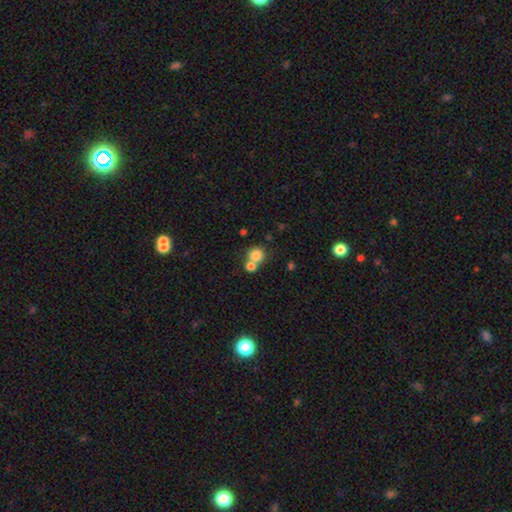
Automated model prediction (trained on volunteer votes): Smooth or featured? Predicted: smooth (p=0.81). How rounded? Predicted: round (p=0.87). Merging? Predicted: none (p=0.47).